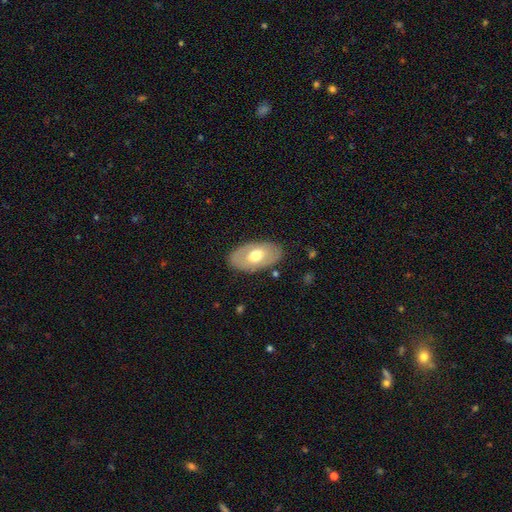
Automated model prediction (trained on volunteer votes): Q: Smooth or featured?
A: smooth (54%); runner-up: featured or disk (41%)
Q: How rounded?
A: in between (92%); runner-up: round (6%)
Q: Merging?
A: none (83%); runner-up: minor disturbance (12%)